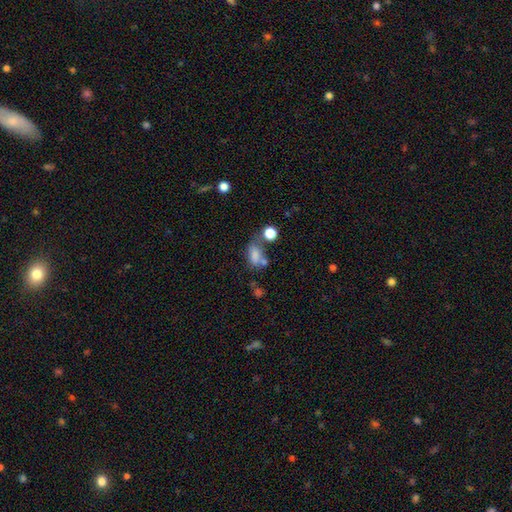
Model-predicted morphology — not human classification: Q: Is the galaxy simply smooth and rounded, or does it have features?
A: smooth — 74%.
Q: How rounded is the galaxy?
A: in between — 81%.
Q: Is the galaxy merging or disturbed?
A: none — 34%.